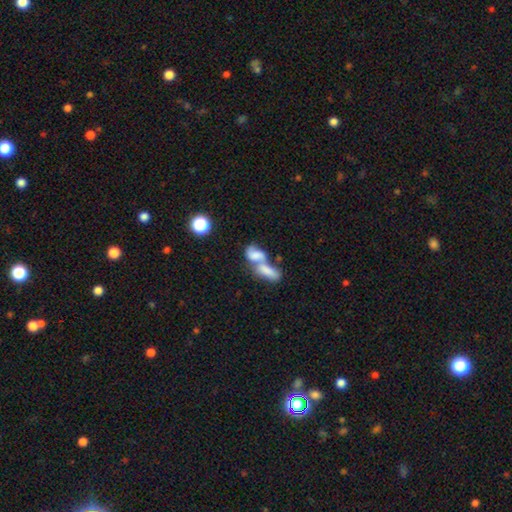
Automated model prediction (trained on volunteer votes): A smooth galaxy with no disk features (64%) that is in between round and cigar-shaped (82%).

Vote fractions:
- Smooth or featured? smooth: 64% / featured or disk: 26% / star or artifact: 10%
- How rounded? in between: 82% / cigar-shaped: 10% / round: 9%
- Merging? merger: 76% / none: 12% / major disturbance: 6% / minor disturbance: 5%